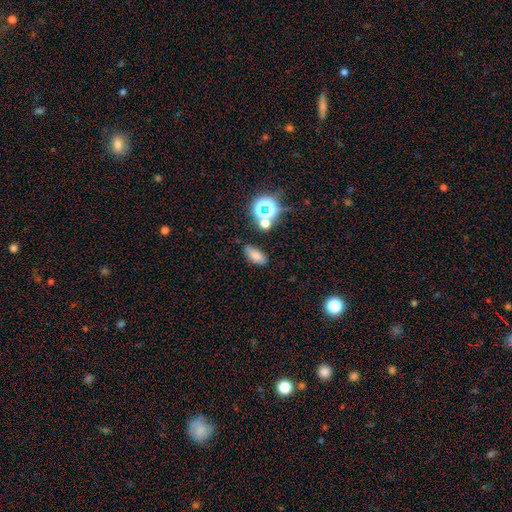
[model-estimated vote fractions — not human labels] A smooth galaxy with no disk features (70%) that is in between round and cigar-shaped (79%). Merging: none (75%).